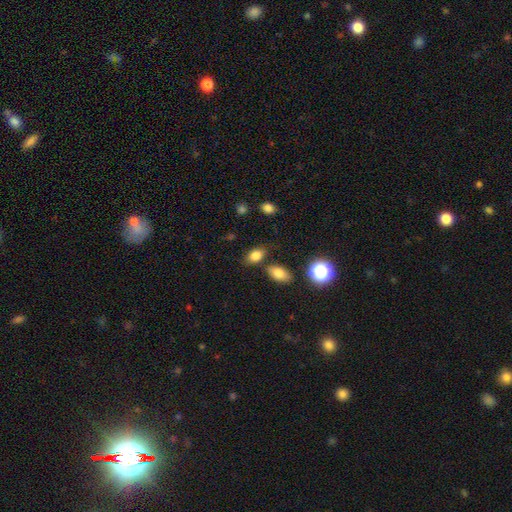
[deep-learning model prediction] A smooth galaxy with no disk features (81%) that is in between round and cigar-shaped (85%). Merging: none (72%).